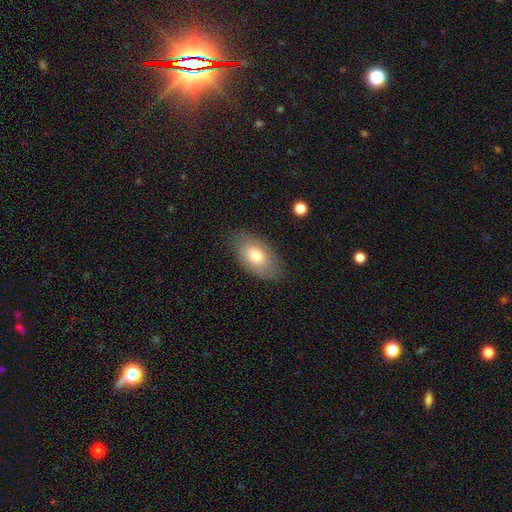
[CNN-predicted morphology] The model was most divided on "smooth or featured": smooth: 73%, featured or disk: 19%, star or artifact: 7%. More confident: how rounded — in between (93%); merging — none (82%).